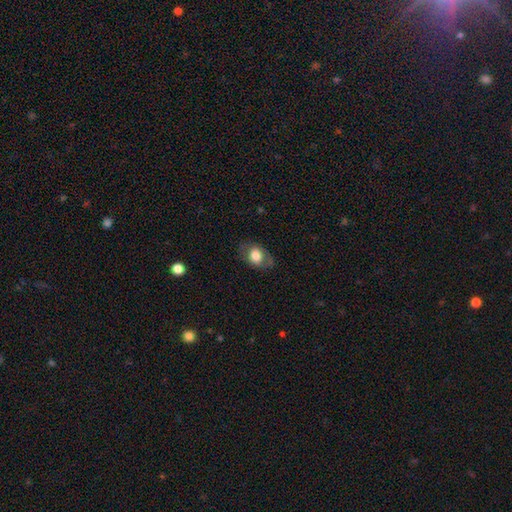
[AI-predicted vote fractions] Smooth or featured: smooth — 69% (featured or disk — 24%)
How rounded: in between — 74% (round — 24%)
Merging: none — 74% (minor disturbance — 17%)